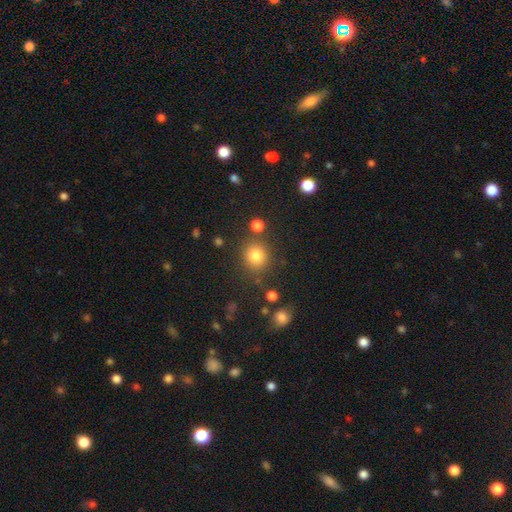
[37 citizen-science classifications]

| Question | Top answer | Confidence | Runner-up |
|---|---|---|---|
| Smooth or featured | smooth | 86% | featured or disk (8%) |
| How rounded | round | 91% | in between (9%) |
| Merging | none | 83% | major disturbance (9%) |